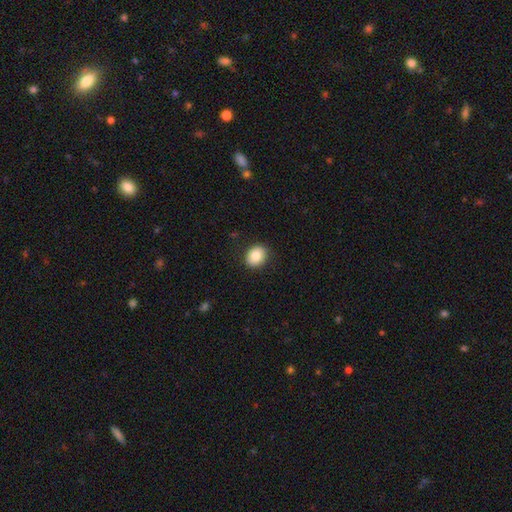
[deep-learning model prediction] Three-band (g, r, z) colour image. It shows a smooth galaxy with no disk features (83%) that is round (52%). Merging: none (89%).